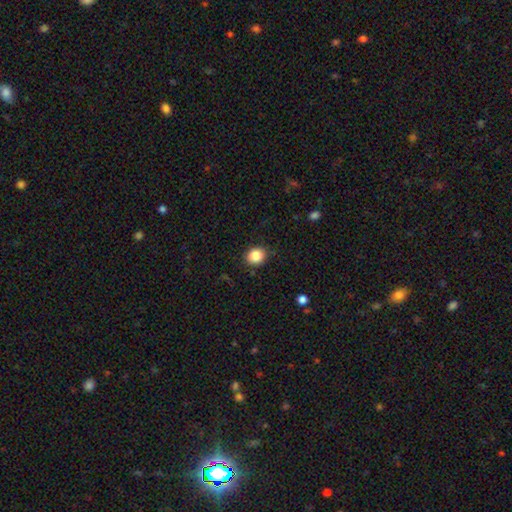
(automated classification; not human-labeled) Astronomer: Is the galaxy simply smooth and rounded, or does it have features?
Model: smooth — 86%.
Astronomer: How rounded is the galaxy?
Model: round — 72%.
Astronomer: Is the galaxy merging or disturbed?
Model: none — 88%.